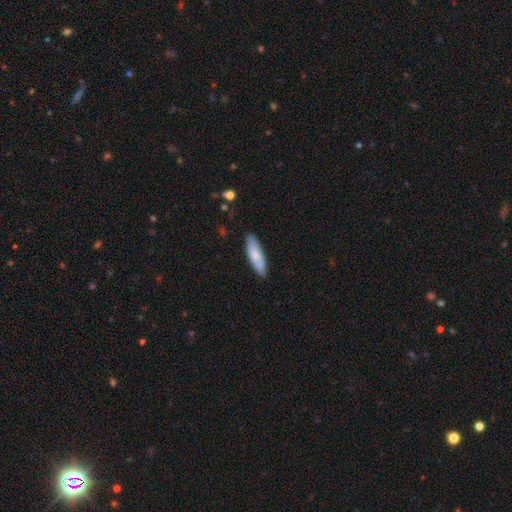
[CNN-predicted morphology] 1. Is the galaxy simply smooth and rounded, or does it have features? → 76% smooth, 19% featured or disk, 5% star or artifact.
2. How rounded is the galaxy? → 52% cigar-shaped, 46% in between, 2% round.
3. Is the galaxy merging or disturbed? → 85% none, 12% minor disturbance, 2% major disturbance, 1% merger.